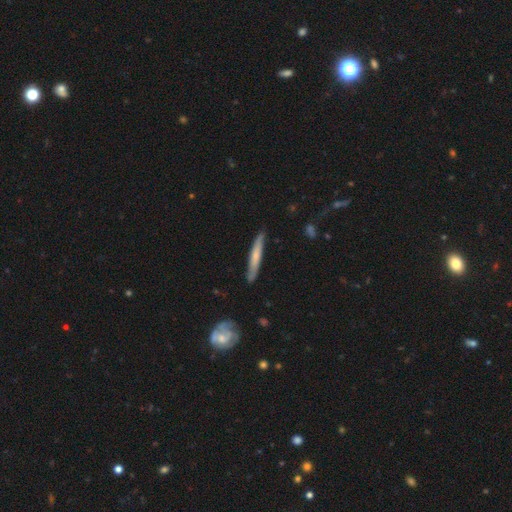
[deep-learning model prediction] Smooth or featured? Predicted: smooth (p=0.53). How rounded? Predicted: cigar-shaped (p=0.94). Merging? Predicted: none (p=0.83).